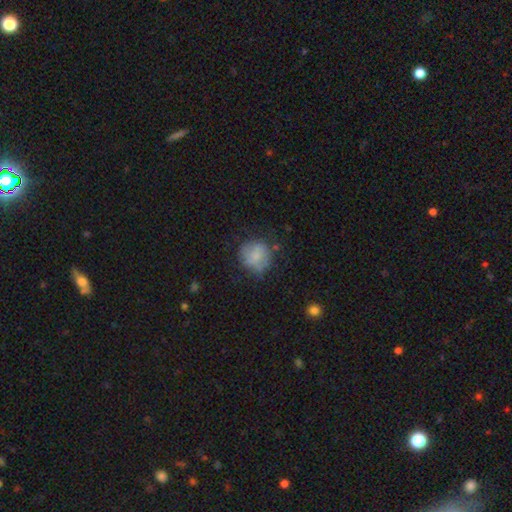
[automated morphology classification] The model was most divided on "merging": none: 62%, minor disturbance: 25%, major disturbance: 10%, merger: 3%. More confident: how rounded — round (85%); smooth or featured — smooth (73%).